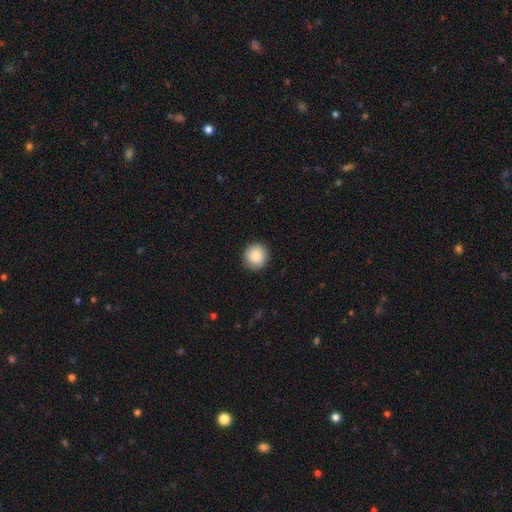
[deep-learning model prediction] smooth 87%, star or artifact 7%, featured or disk 5%. Down the decision tree: how rounded — round (93%); merging — none (89%).